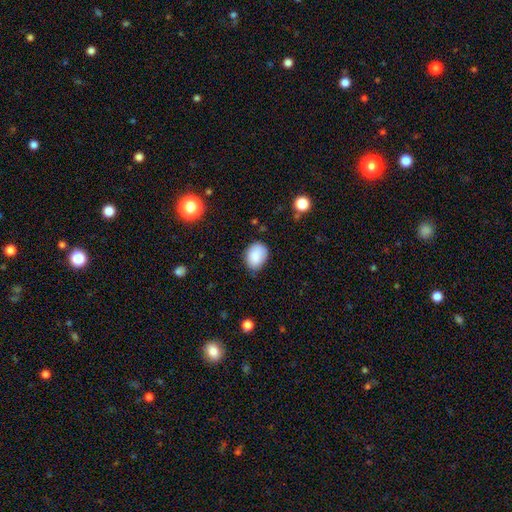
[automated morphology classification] smooth 86%, star or artifact 8%, featured or disk 5%. Down the decision tree: how rounded — in between (70%); merging — none (72%).